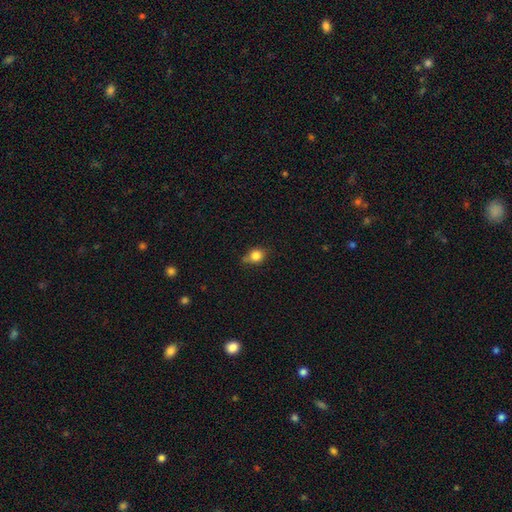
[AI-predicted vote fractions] Smooth or featured?
  - smooth: 82% *
  - star or artifact: 10%
  - featured or disk: 8%
How rounded?
  - round: 64% *
  - in between: 34%
  - cigar-shaped: 2%
Merging?
  - none: 59% *
  - minor disturbance: 31%
  - major disturbance: 6%
  - merger: 3%